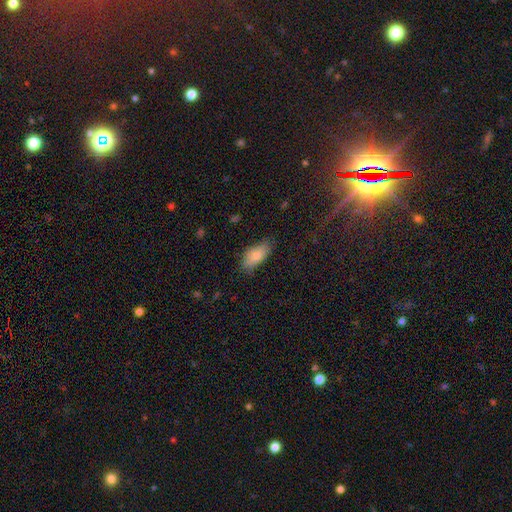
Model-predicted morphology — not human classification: Q: Smooth or featured?
A: smooth (83%); runner-up: featured or disk (10%)
Q: How rounded?
A: in between (89%); runner-up: cigar-shaped (8%)
Q: Merging?
A: none (72%); runner-up: minor disturbance (22%)